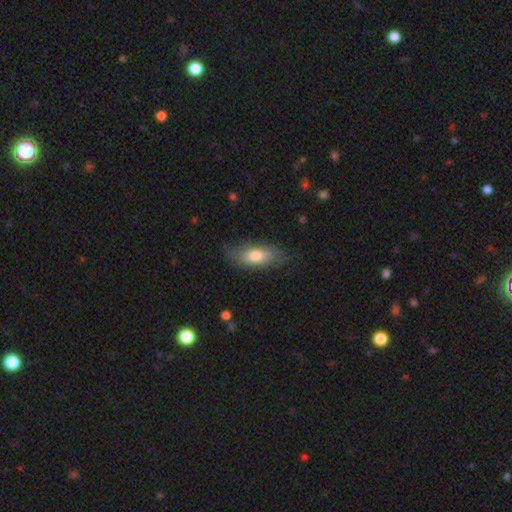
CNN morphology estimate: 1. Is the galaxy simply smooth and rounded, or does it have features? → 70% smooth, 23% featured or disk, 6% star or artifact.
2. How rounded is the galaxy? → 83% in between, 14% cigar-shaped, 4% round.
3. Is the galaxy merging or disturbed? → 70% none, 22% minor disturbance, 7% major disturbance, 1% merger.